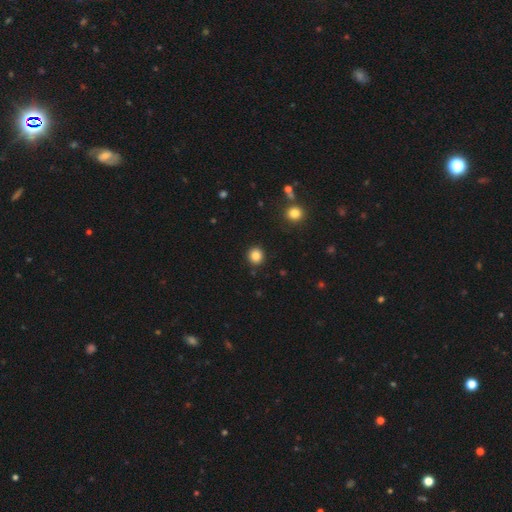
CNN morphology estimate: Overall: smooth (85%). How rounded: round (90%). Merging: none (92%).